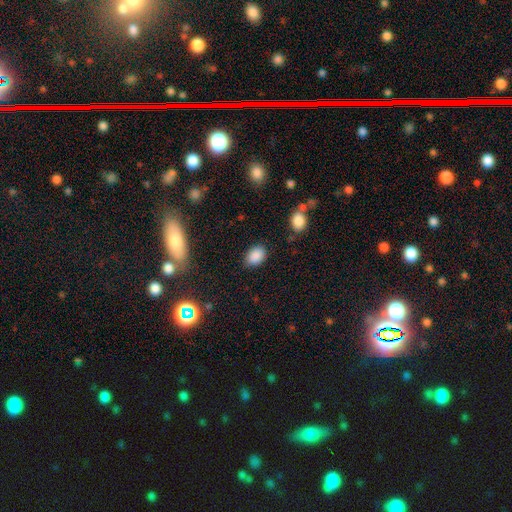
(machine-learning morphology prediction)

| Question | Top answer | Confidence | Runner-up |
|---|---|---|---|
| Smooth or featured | smooth | 87% | star or artifact (9%) |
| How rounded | in between | 75% | round (24%) |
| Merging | none | 83% | minor disturbance (12%) |